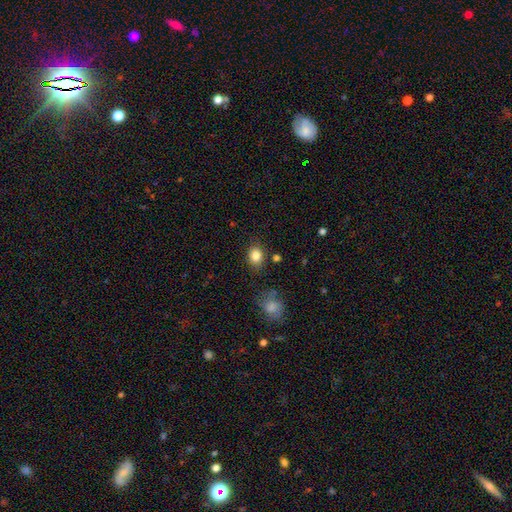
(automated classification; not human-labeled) Smooth or featured?
  - smooth: 84% *
  - star or artifact: 10%
  - featured or disk: 6%
How rounded?
  - round: 53% *
  - in between: 46%
  - cigar-shaped: 1%
Merging?
  - none: 80% *
  - minor disturbance: 13%
  - major disturbance: 4%
  - merger: 4%